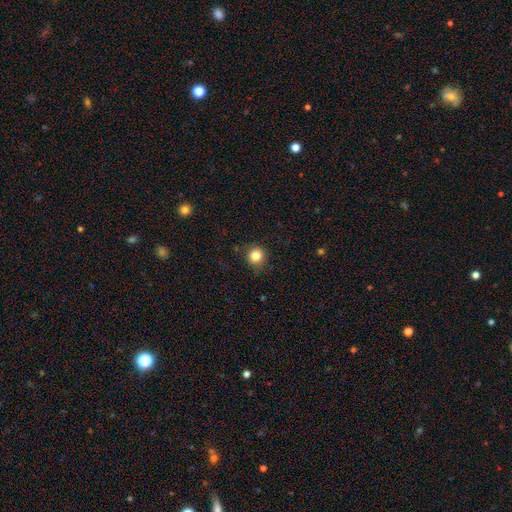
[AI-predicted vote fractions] Smooth or featured? Predicted: smooth (p=0.83). How rounded? Predicted: round (p=0.91). Merging? Predicted: none (p=0.87).